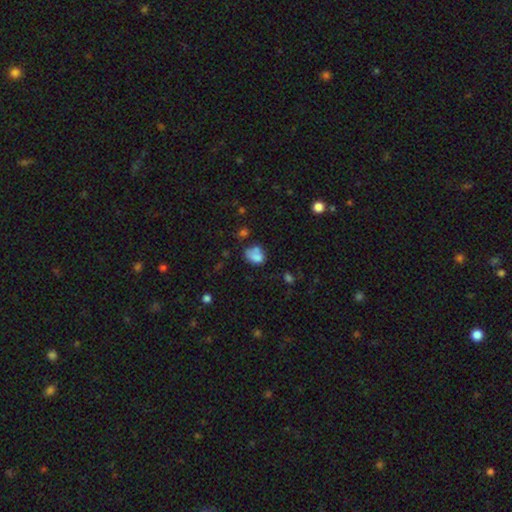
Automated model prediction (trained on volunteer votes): Morphology: type=smooth (73%); roundness=in between (67%); merging=none (36%).